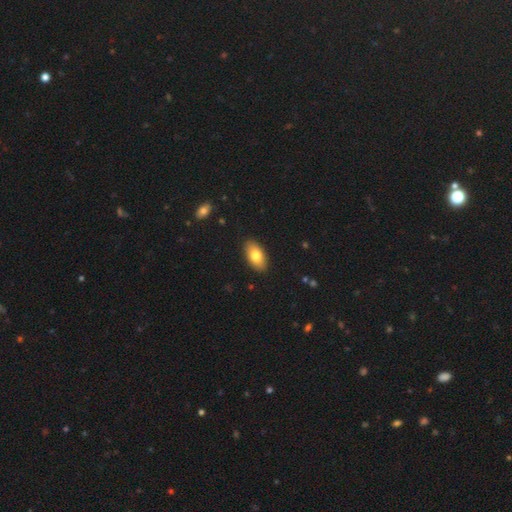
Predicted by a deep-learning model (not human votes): A smooth galaxy with no disk features (78%) that is in between round and cigar-shaped (93%).

Vote fractions:
- Smooth or featured? smooth: 78% / featured or disk: 15% / star or artifact: 7%
- How rounded? in between: 93% / cigar-shaped: 4% / round: 3%
- Merging? none: 89% / minor disturbance: 8% / major disturbance: 2% / merger: 1%